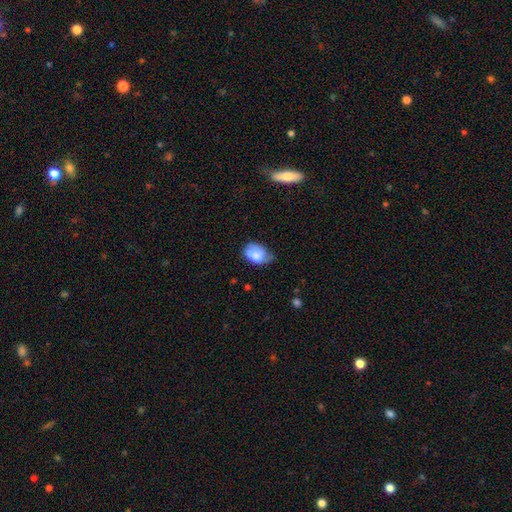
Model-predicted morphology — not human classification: Q: Smooth or featured?
A: smooth (71%); runner-up: featured or disk (22%)
Q: How rounded?
A: in between (82%); runner-up: round (17%)
Q: Merging?
A: minor disturbance (47%); runner-up: none (37%)